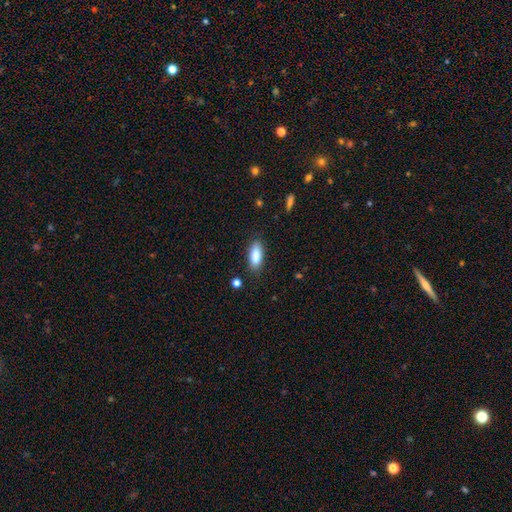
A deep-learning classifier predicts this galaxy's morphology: This is clearly a smooth galaxy (86%). How rounded: likely in between (76%). Merging: clearly none (84%).